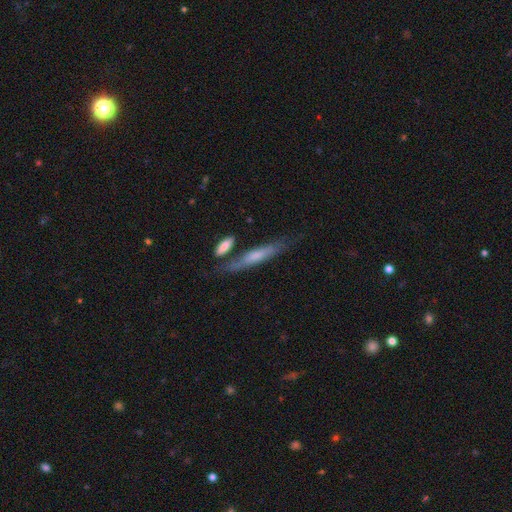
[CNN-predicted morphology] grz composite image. It shows a smooth galaxy with no disk features (52%) that is cigar-shaped (85%). Merging: none (63%).